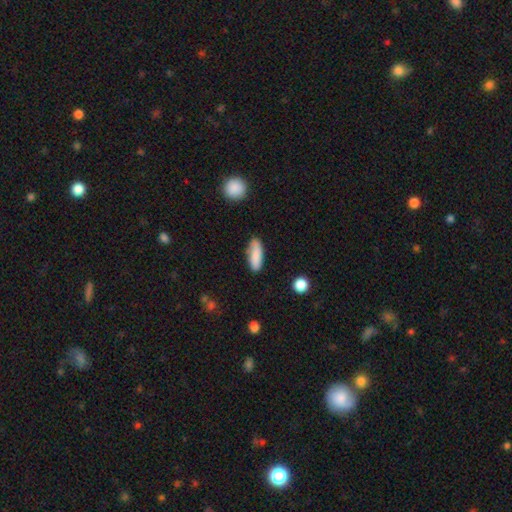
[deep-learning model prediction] Smooth or featured: smooth — 84% (featured or disk — 9%)
How rounded: in between — 62% (cigar-shaped — 36%)
Merging: none — 75% (minor disturbance — 19%)